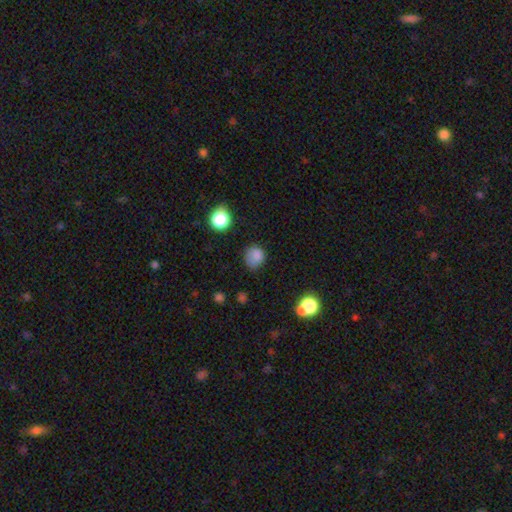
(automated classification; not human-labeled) Smooth or featured? Predicted: smooth (p=0.81). How rounded? Predicted: round (p=0.73). Merging? Predicted: none (p=0.62).